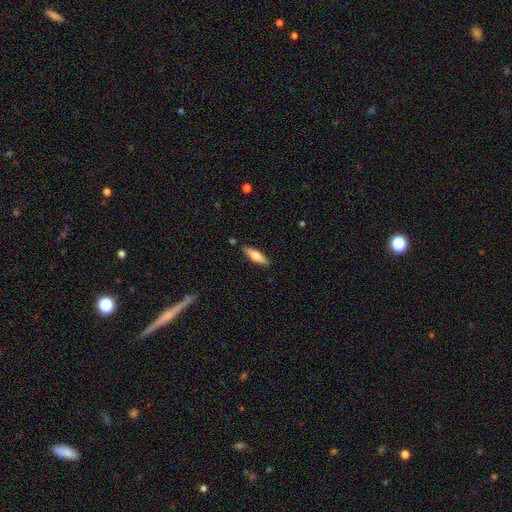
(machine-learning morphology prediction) The model was most divided on "smooth or featured": smooth: 57%, featured or disk: 37%, star or artifact: 6%. More confident: merging — none (87%); how rounded — cigar-shaped (63%).